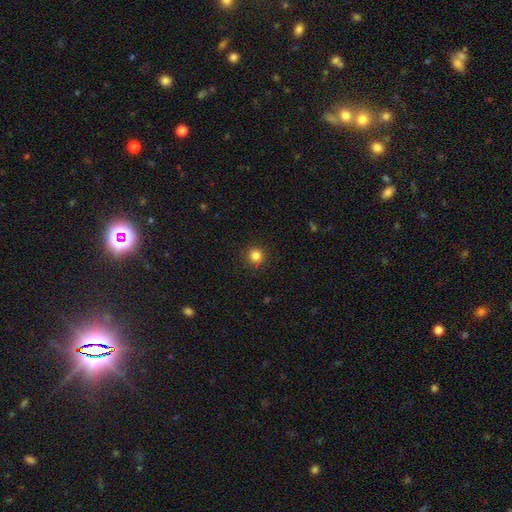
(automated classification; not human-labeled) Smooth or featured: smooth — 83% (star or artifact — 12%)
How rounded: round — 94% (in between — 5%)
Merging: none — 89% (minor disturbance — 7%)